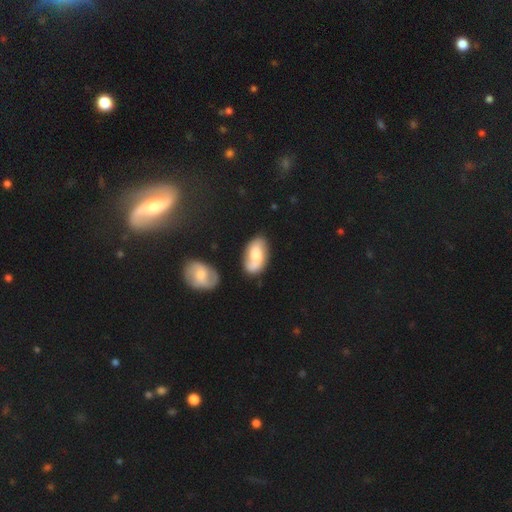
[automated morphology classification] The model was most divided on "bar": no: 53%, weak: 40%, strong: 8%. Remaining: edge-on disk — no (95%); spiral arms — yes (90%); merging — none (66%); smooth or featured — featured or disk (54%); bulge size — moderate (47%).